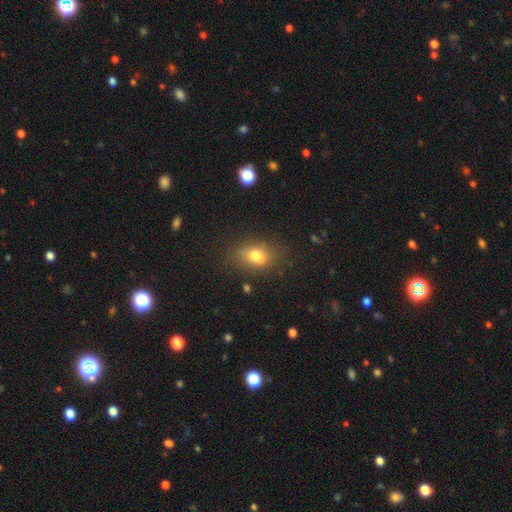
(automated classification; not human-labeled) Smooth or featured? Predicted: smooth (p=0.74). How rounded? Predicted: in between (p=0.67). Merging? Predicted: none (p=0.72).